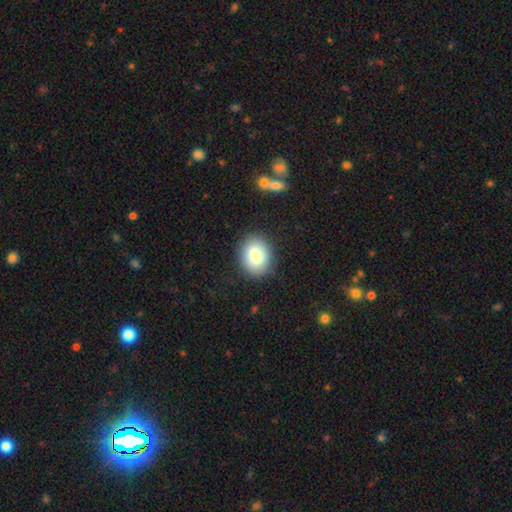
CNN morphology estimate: Smooth or featured: smooth — 79% (featured or disk — 12%)
How rounded: in between — 61% (round — 38%)
Merging: none — 86% (minor disturbance — 9%)